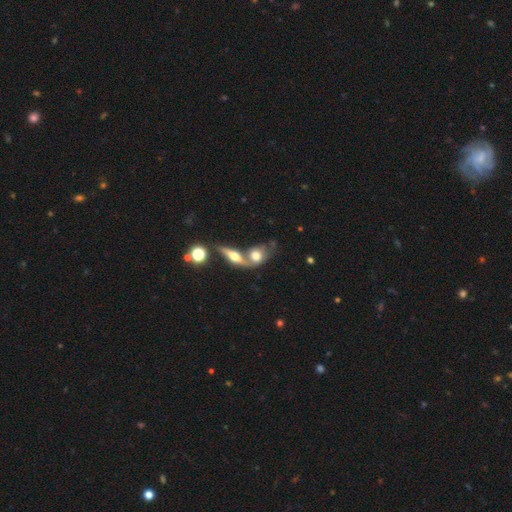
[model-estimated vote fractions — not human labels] smooth_or_featured: smooth (p=0.56) [alt: featured or disk p=0.35]
how_rounded: in between (p=0.53) [alt: round p=0.39]
merging: merger (p=0.55) [alt: none p=0.29]